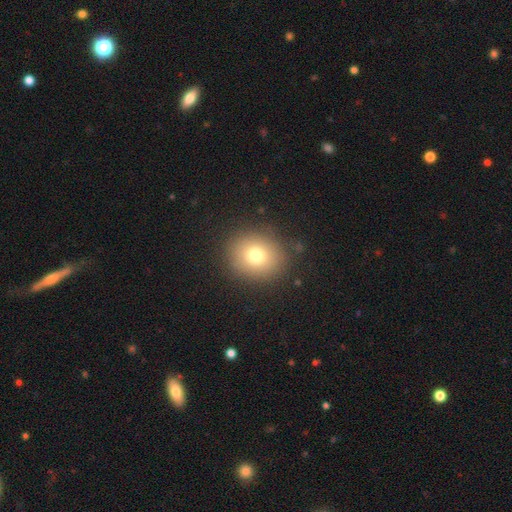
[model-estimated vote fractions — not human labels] Q: Smooth or featured?
A: smooth (76%); runner-up: star or artifact (12%)
Q: How rounded?
A: round (78%); runner-up: in between (21%)
Q: Merging?
A: none (87%); runner-up: minor disturbance (8%)